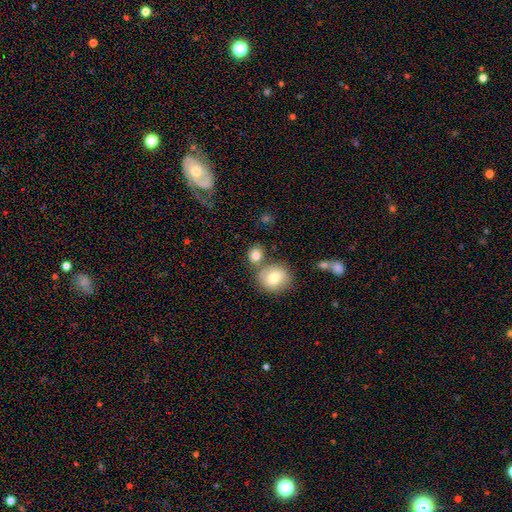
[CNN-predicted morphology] The model was most divided on "merging": none: 57%, merger: 29%, minor disturbance: 10%, major disturbance: 4%. More confident: smooth or featured — smooth (81%); how rounded — round (67%).